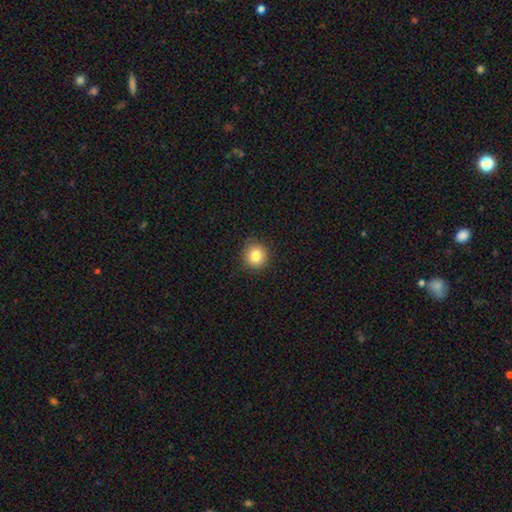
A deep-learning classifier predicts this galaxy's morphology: Overall: smooth (82%). How rounded: round (91%). Merging: none (89%).